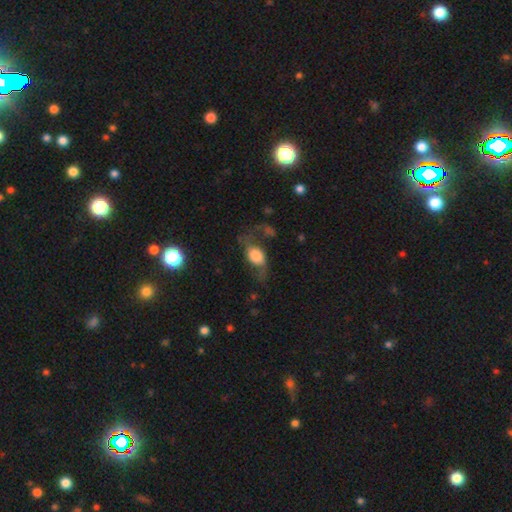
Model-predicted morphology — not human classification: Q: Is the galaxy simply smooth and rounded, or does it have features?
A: featured or disk — 46%.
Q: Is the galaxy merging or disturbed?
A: none — 47%.